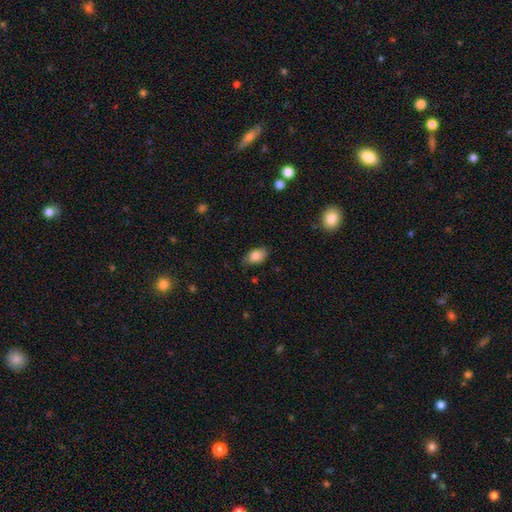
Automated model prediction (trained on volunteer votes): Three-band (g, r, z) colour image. It shows a smooth galaxy with no disk features (84%) that is in between round and cigar-shaped (90%). Merging: none (76%).